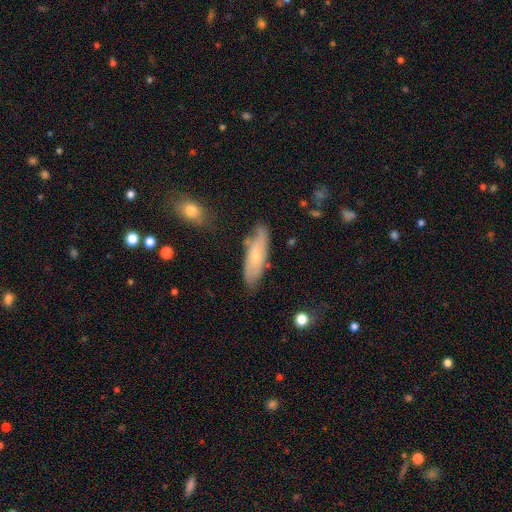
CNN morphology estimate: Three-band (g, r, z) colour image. It shows a smooth galaxy with no disk features (50%) that is in between round and cigar-shaped (51%). Merging: none (68%).